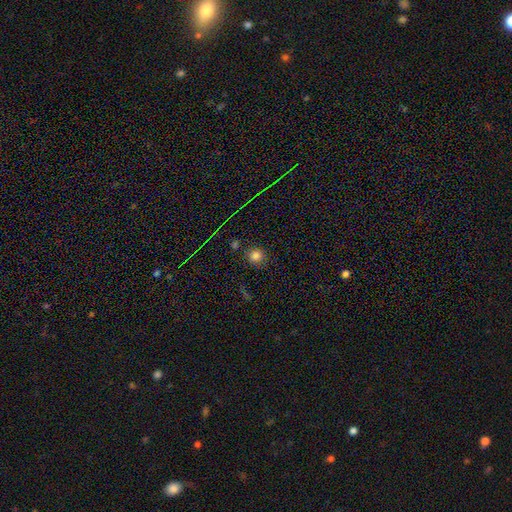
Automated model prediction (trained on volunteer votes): This is likely a smooth galaxy (77%). How rounded: clearly round (87%). Merging: clearly none (81%).